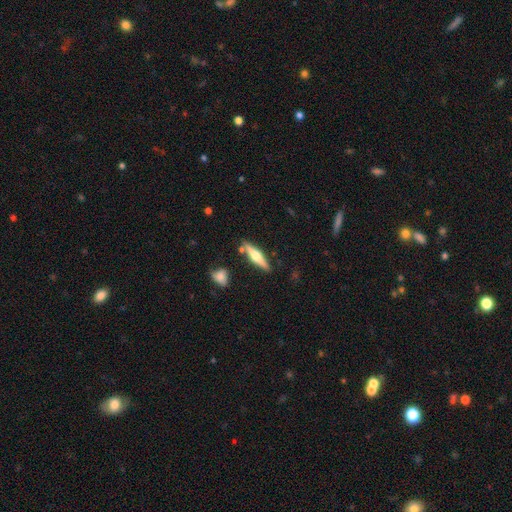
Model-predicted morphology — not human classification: smooth-or-featured: featured or disk: 55% | smooth: 39% | star or artifact: 6%
  disk-edge-on: yes: 96% | no: 4%
    edge-on-bulge: rounded: 90% | boxy: 6% | none: 4%
  merging: none: 83% | minor disturbance: 10% | merger: 5% | major disturbance: 2%